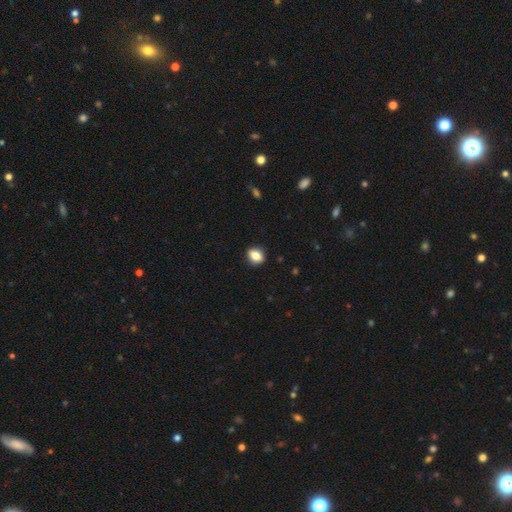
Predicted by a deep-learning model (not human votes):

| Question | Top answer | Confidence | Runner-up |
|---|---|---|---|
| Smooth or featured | smooth | 79% | featured or disk (13%) |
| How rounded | in between | 57% | round (40%) |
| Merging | none | 87% | minor disturbance (10%) |